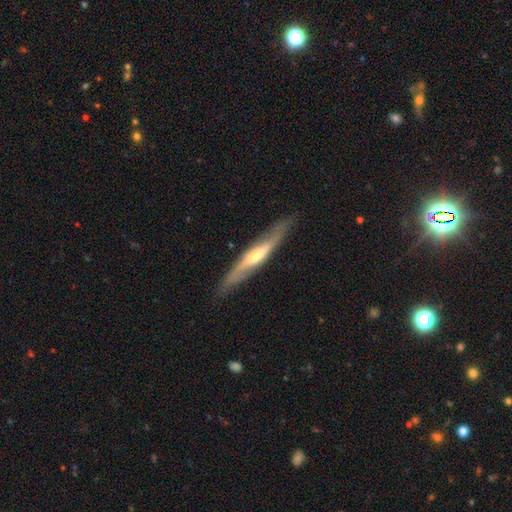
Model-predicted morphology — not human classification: Smooth or featured: featured or disk — 67% (smooth — 28%)
Edge-on disk: yes — 71% (no — 29%)
Merging: none — 83% (minor disturbance — 12%)